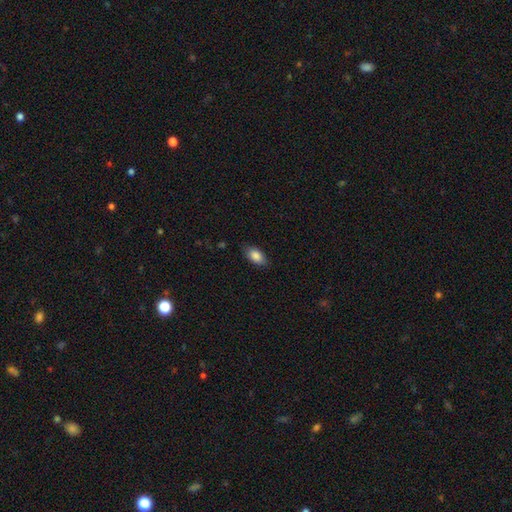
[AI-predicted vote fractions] This is clearly a smooth galaxy (87%). How rounded: clearly in between (92%). Merging: clearly none (84%).